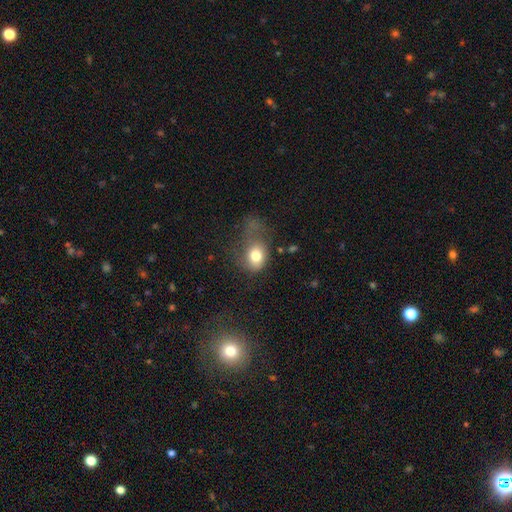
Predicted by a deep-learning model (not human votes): Morphology: type=smooth (76%); roundness=in between (58%); merging=major disturbance (44%).